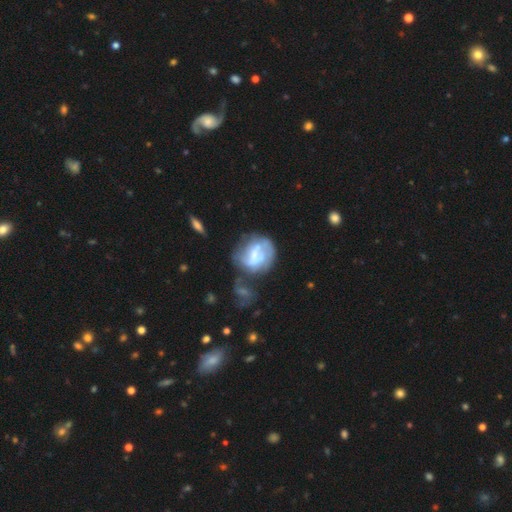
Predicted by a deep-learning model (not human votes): featured or disk 54%, smooth 38%, star or artifact 9%. Down the decision tree: edge-on disk — no (97%); bar — no (46%); spiral arms — no (53%); bulge size — none (42%); merging — none (31%).